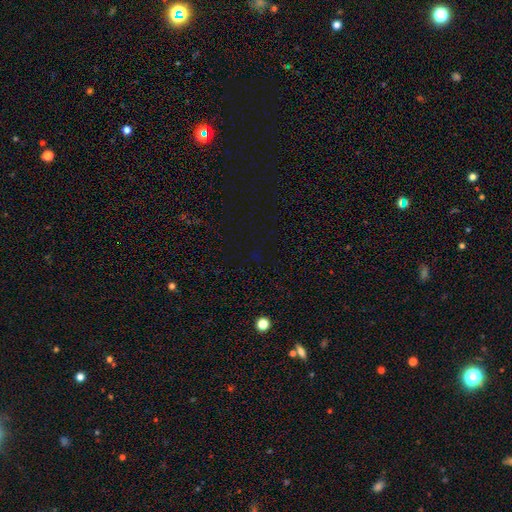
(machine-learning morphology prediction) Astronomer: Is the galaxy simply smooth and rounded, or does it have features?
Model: star or artifact — 72%.